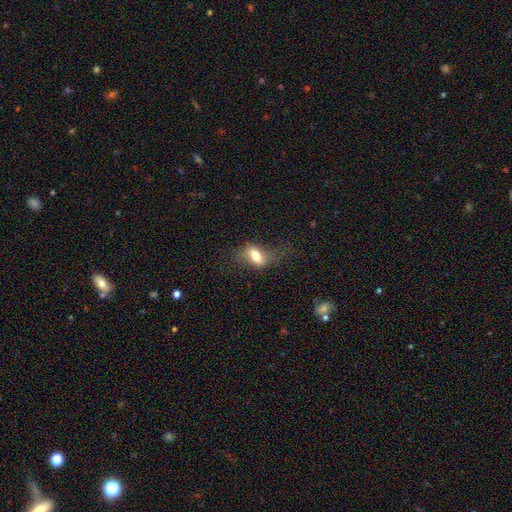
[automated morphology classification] A smooth galaxy with no disk features (59%) that is in between round and cigar-shaped (79%). Merging: none (54%).